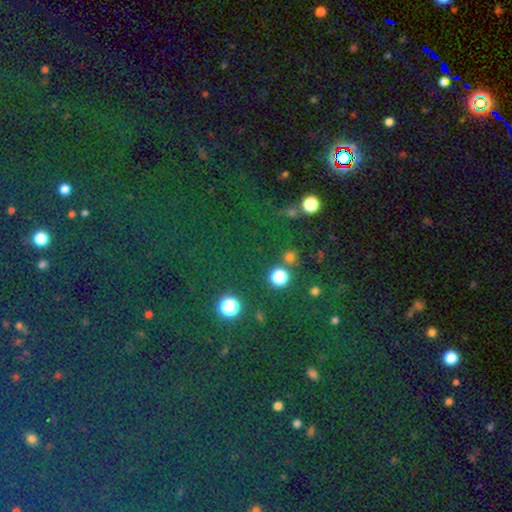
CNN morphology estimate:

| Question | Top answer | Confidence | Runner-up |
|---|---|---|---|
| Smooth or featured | star or artifact | 73% | smooth (19%) |